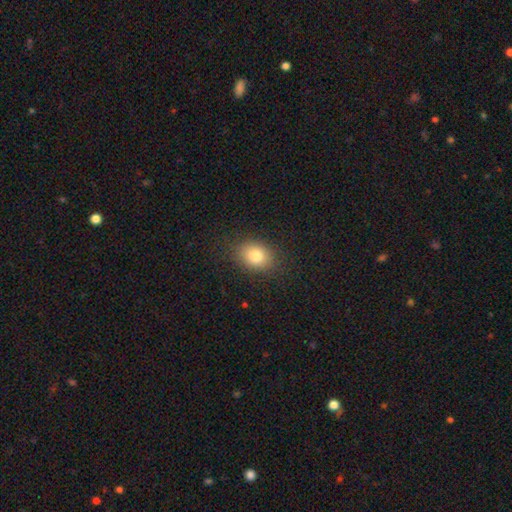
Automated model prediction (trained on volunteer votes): Overall: smooth (81%). How rounded: in between (53%; round 46%). Merging: none (86%).